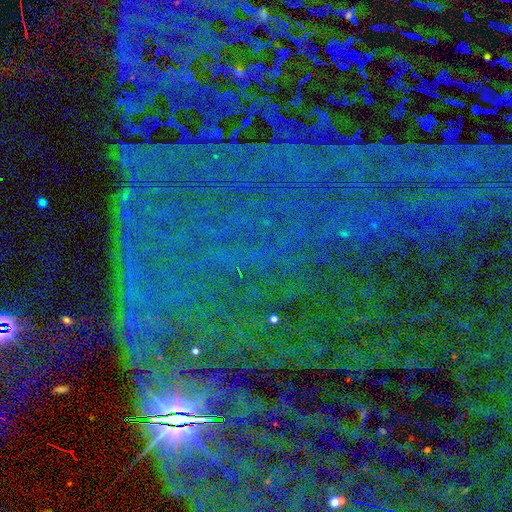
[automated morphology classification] The model was most divided on "smooth or featured": star or artifact: 87%, featured or disk: 7%, smooth: 6%.